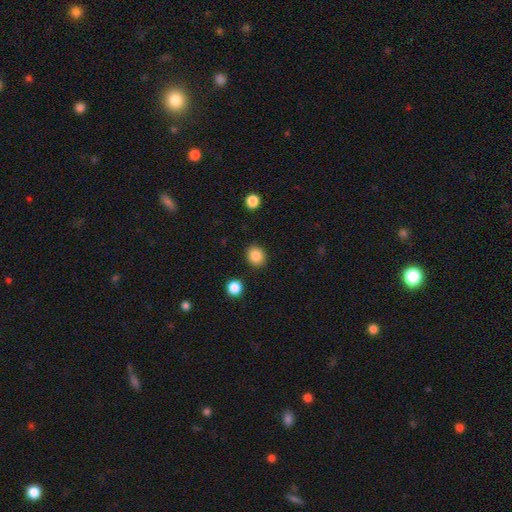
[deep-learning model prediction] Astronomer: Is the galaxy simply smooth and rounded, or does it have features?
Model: smooth — 85%.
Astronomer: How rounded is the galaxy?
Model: round — 82%.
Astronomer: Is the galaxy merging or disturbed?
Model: none — 89%.